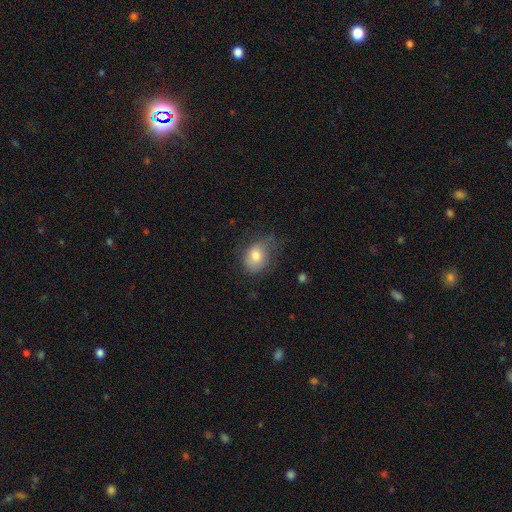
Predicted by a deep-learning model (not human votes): Smooth or featured: smooth — 77% (featured or disk — 14%)
How rounded: in between — 65% (round — 34%)
Merging: none — 52% (minor disturbance — 32%)